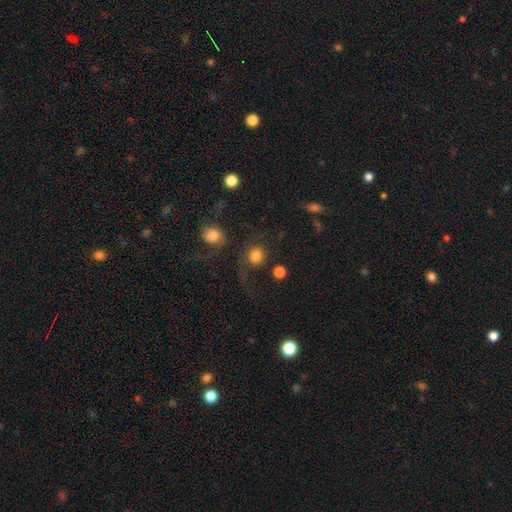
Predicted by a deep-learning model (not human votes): Morphology: type=smooth (80%); roundness=round (86%); merging=none (60%).